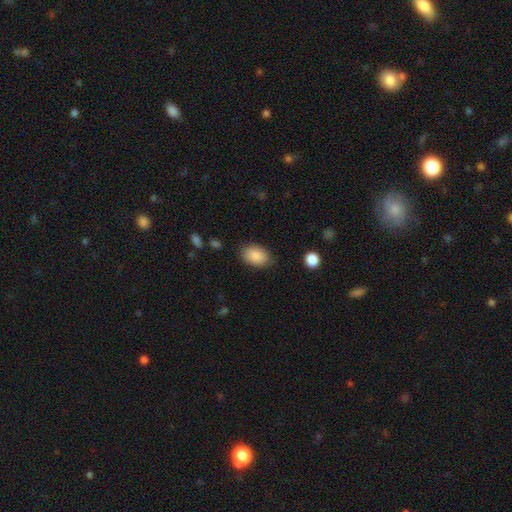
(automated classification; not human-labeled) Q: Smooth or featured?
A: smooth (89%); runner-up: star or artifact (7%)
Q: How rounded?
A: in between (88%); runner-up: round (11%)
Q: Merging?
A: none (84%); runner-up: minor disturbance (11%)